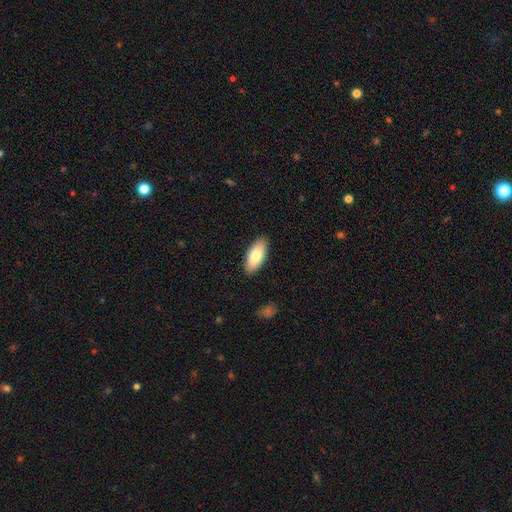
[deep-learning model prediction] Smooth or featured?
  - smooth: 78% *
  - featured or disk: 16%
  - star or artifact: 6%
How rounded?
  - in between: 88% *
  - cigar-shaped: 10%
  - round: 2%
Merging?
  - none: 90% *
  - minor disturbance: 8%
  - major disturbance: 2%
  - merger: 1%